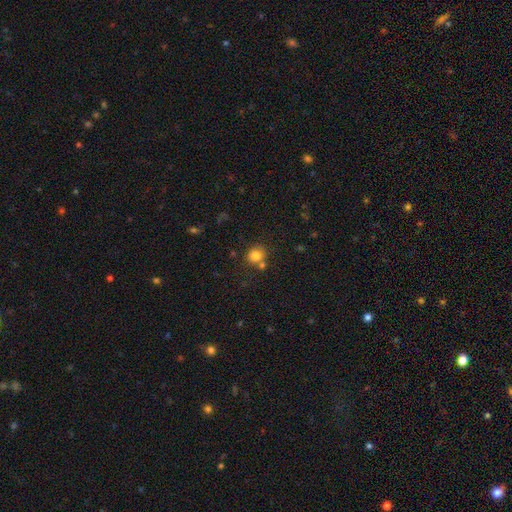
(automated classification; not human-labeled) A smooth galaxy with no disk features (81%) that is round (83%). Merging: none (67%).